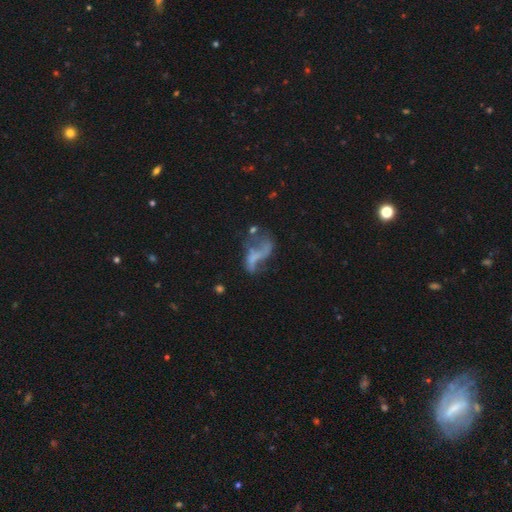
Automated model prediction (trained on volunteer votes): Smooth or featured?
  - featured or disk: 58% *
  - smooth: 26%
  - star or artifact: 16%
Edge-on disk?
  - no: 96% *
  - yes: 4%
Bar?
  - no: 74% *
  - weak: 17%
  - strong: 9%
Spiral arms?
  - no: 69% *
  - yes: 31%
Bulge size?
  - none: 77% *
  - small: 13%
  - moderate: 6%
  - large: 2%
  - dominant: 1%
Merging?
  - major disturbance: 38% *
  - none: 28%
  - merger: 18%
  - minor disturbance: 16%